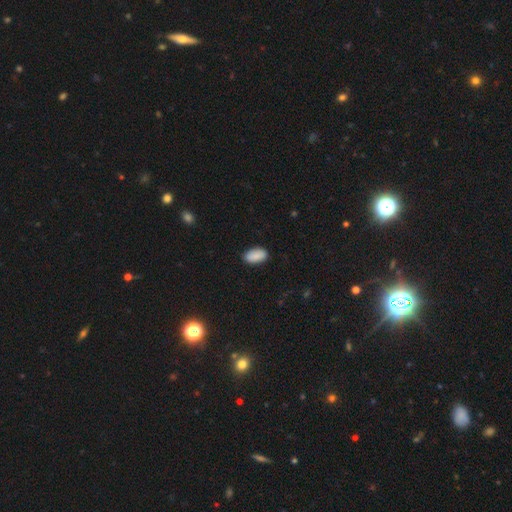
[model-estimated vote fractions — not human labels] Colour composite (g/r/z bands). It shows a smooth galaxy with no disk features (90%) that is in between round and cigar-shaped (94%). Merging: none (87%).